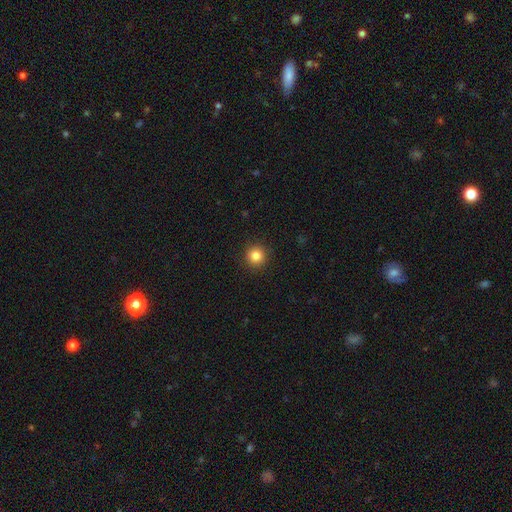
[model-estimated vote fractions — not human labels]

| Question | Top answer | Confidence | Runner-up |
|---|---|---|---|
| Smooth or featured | smooth | 84% | star or artifact (11%) |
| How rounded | round | 95% | in between (4%) |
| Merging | none | 92% | minor disturbance (5%) |